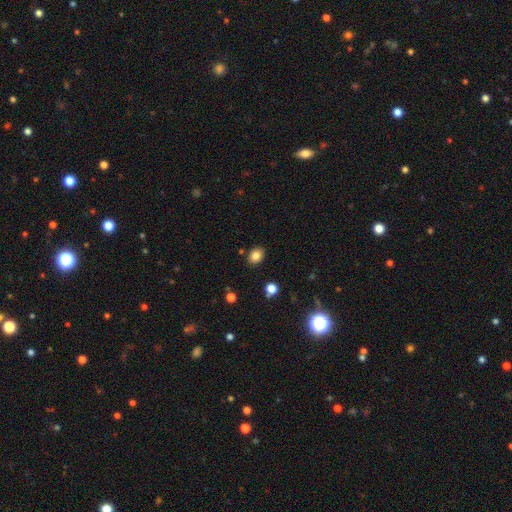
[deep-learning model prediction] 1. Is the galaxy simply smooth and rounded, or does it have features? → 83% smooth, 11% star or artifact, 6% featured or disk.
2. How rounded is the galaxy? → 57% in between, 42% round, 1% cigar-shaped.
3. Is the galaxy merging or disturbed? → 86% none, 9% minor disturbance, 3% merger, 2% major disturbance.